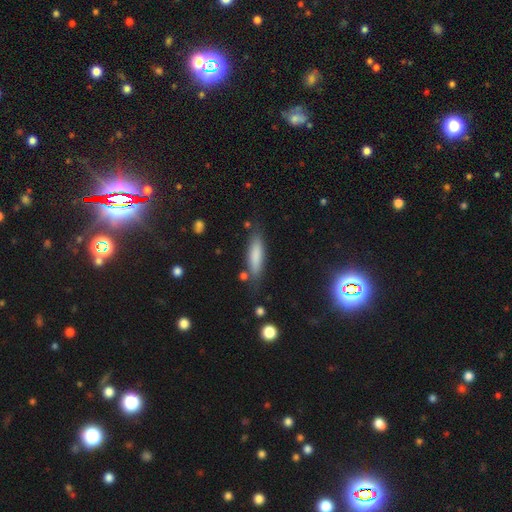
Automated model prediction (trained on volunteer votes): A smooth galaxy with no disk features (80%) that is cigar-shaped (64%).

Vote fractions:
- Smooth or featured? smooth: 80% / featured or disk: 13% / star or artifact: 7%
- How rounded? cigar-shaped: 64% / in between: 34% / round: 2%
- Merging? none: 77% / minor disturbance: 15% / major disturbance: 4% / merger: 4%